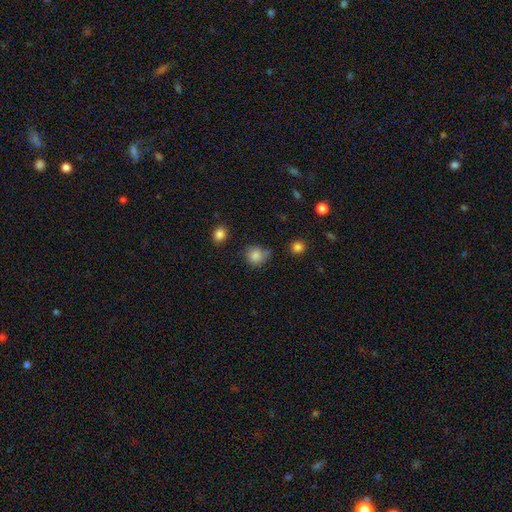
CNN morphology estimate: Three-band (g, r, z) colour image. It shows a smooth galaxy with no disk features (83%) that is round (84%). Merging: none (61%).